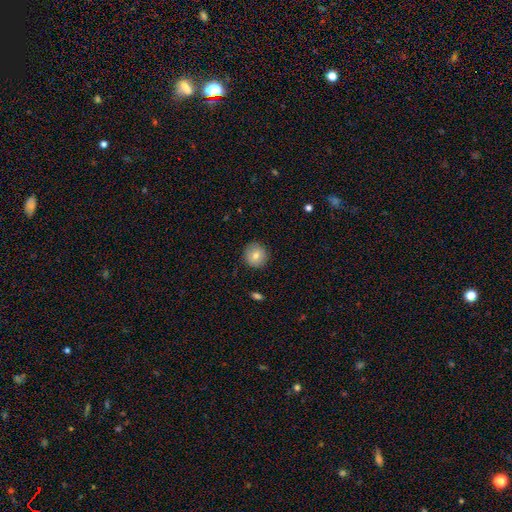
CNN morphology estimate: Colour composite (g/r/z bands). It shows a smooth galaxy with no disk features (76%) that is round (93%). Merging: none (89%).